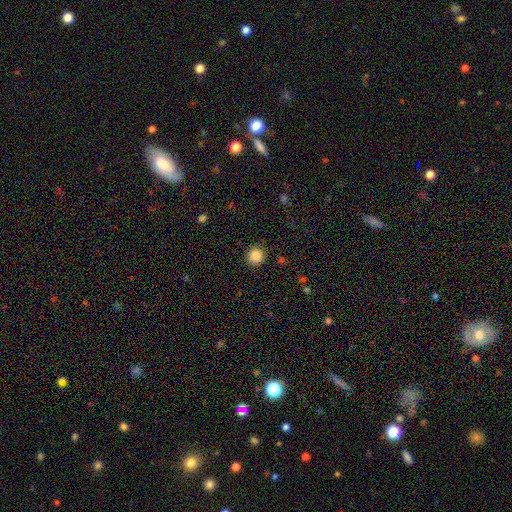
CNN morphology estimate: Smooth or featured: smooth — 86% (star or artifact — 10%)
How rounded: round — 91% (in between — 9%)
Merging: none — 87% (minor disturbance — 9%)